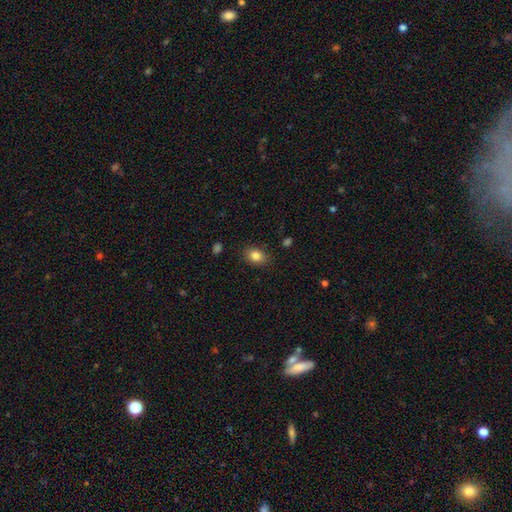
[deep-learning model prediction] Q: Smooth or featured?
A: smooth (84%); runner-up: star or artifact (9%)
Q: How rounded?
A: in between (74%); runner-up: round (25%)
Q: Merging?
A: none (85%); runner-up: minor disturbance (11%)